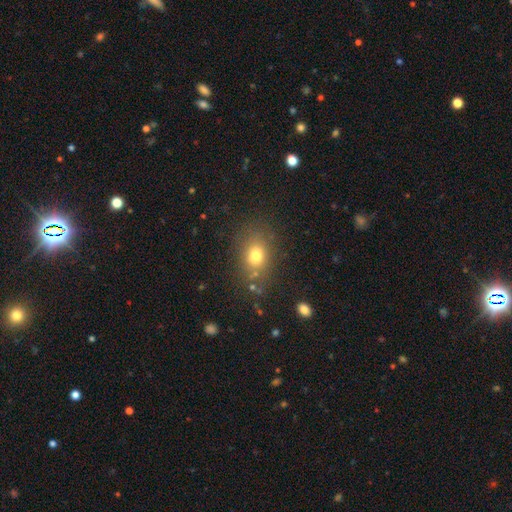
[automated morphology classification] smooth_or_featured: smooth (p=0.75) [alt: star or artifact p=0.14]
how_rounded: in between (p=0.61) [alt: round p=0.38]
merging: none (p=0.77) [alt: minor disturbance p=0.13]